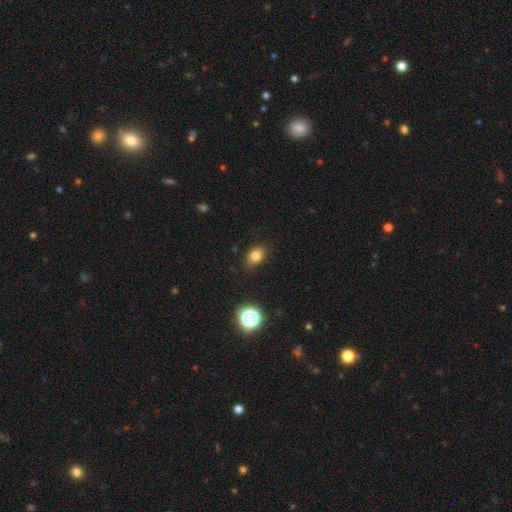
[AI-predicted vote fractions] A smooth galaxy with no disk features (80%) that is in between round and cigar-shaped (71%). Merging: none (84%).